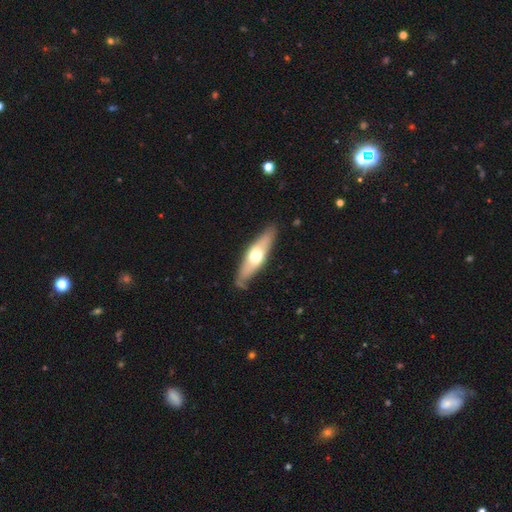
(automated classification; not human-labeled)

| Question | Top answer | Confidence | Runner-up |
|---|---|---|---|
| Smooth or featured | featured or disk | 51% | smooth (44%) |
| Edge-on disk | yes | 78% | no (22%) |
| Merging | none | 81% | minor disturbance (15%) |